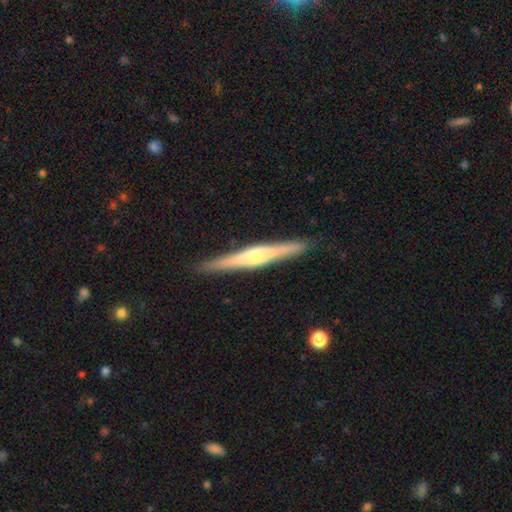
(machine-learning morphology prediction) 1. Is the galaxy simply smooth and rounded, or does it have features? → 73% featured or disk, 22% smooth, 5% star or artifact.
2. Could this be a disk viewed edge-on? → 98% yes, 2% no.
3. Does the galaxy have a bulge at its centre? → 77% rounded, 14% boxy, 10% none.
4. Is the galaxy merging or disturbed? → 90% none, 7% minor disturbance, 1% major disturbance, 1% merger.